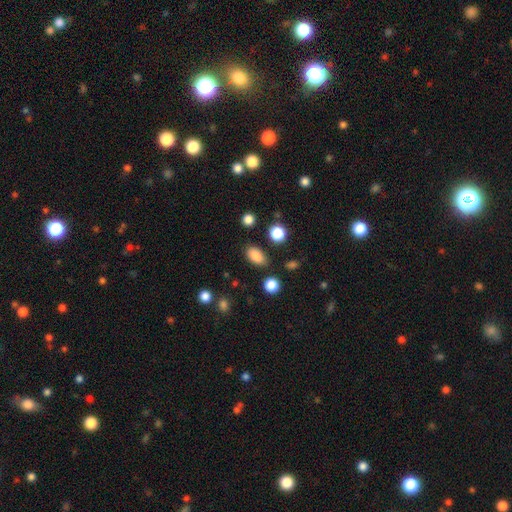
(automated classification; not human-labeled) This appears to be a smooth galaxy with no disk features (86%) that is in between round and cigar-shaped (89%). Merging: none (83%).